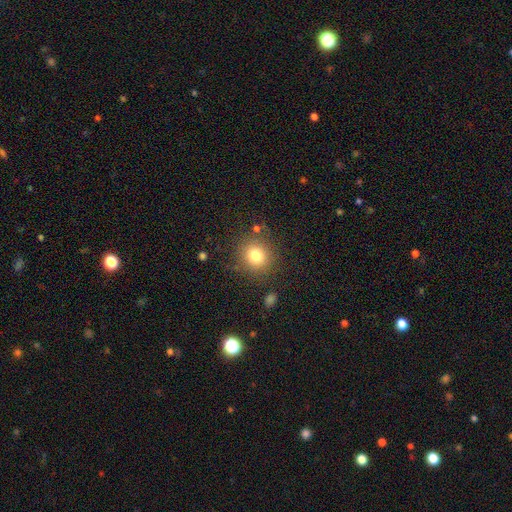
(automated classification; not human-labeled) Morphology: type=smooth (79%); roundness=round (85%); merging=none (83%).